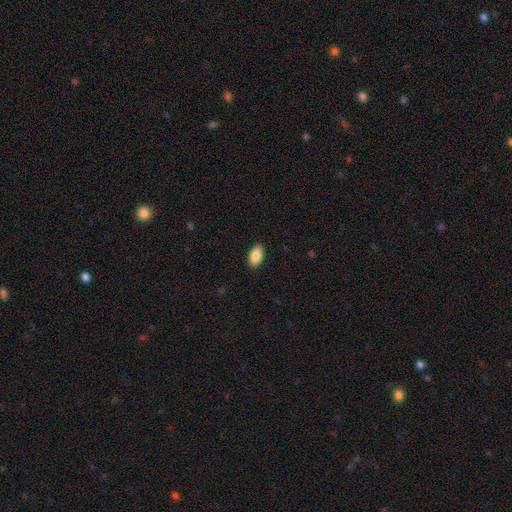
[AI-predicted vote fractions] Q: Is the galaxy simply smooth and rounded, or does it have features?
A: smooth — 87%.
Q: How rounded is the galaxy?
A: in between — 94%.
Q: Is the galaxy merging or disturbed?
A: none — 90%.